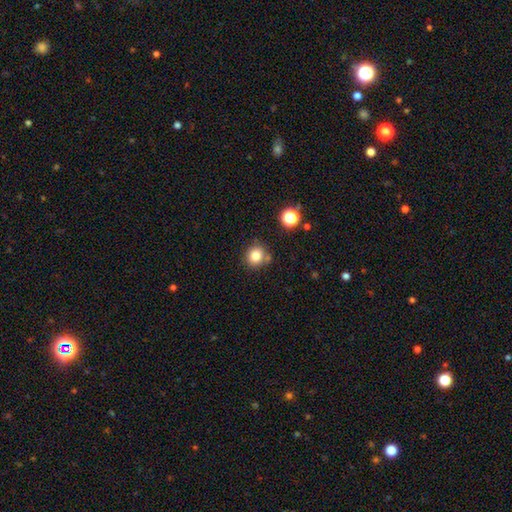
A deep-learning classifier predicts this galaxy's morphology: Smooth or featured: smooth — 81% (star or artifact — 12%)
How rounded: round — 87% (in between — 12%)
Merging: none — 75% (minor disturbance — 12%)